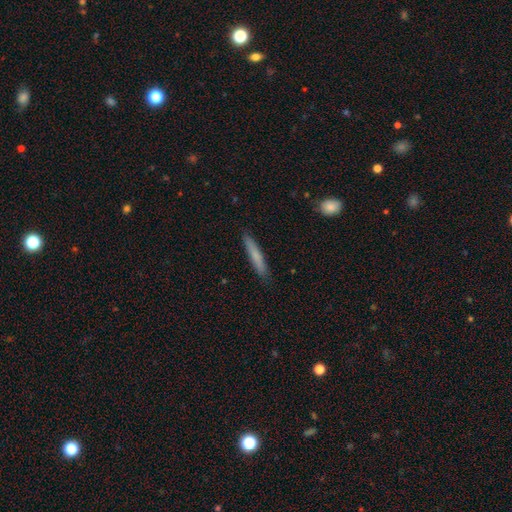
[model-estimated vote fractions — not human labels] Q: Smooth or featured?
A: smooth (73%); runner-up: featured or disk (21%)
Q: How rounded?
A: cigar-shaped (94%); runner-up: in between (5%)
Q: Merging?
A: none (88%); runner-up: minor disturbance (9%)